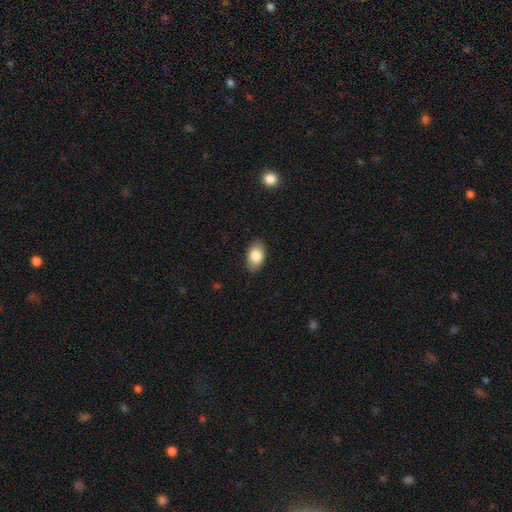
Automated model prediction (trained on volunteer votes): Smooth or featured: smooth — 83% (featured or disk — 10%)
How rounded: in between — 91% (round — 8%)
Merging: none — 86% (minor disturbance — 10%)